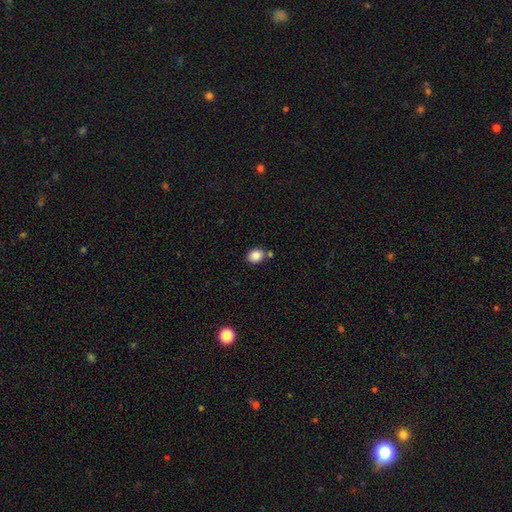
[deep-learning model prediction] smooth 86%, star or artifact 9%, featured or disk 5%. Down the decision tree: how rounded — in between (53%); merging — none (73%).